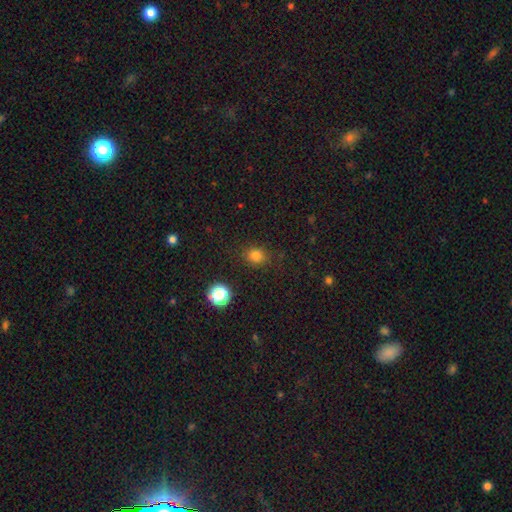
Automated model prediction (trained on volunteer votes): Q: Smooth or featured?
A: smooth (80%); runner-up: star or artifact (15%)
Q: How rounded?
A: round (74%); runner-up: in between (25%)
Q: Merging?
A: none (85%); runner-up: minor disturbance (10%)